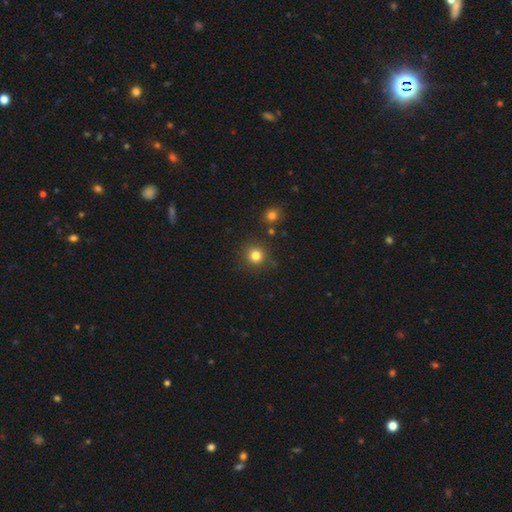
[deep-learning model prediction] Q: Smooth or featured?
A: smooth (81%); runner-up: star or artifact (14%)
Q: How rounded?
A: round (93%); runner-up: in between (7%)
Q: Merging?
A: none (84%); runner-up: minor disturbance (9%)